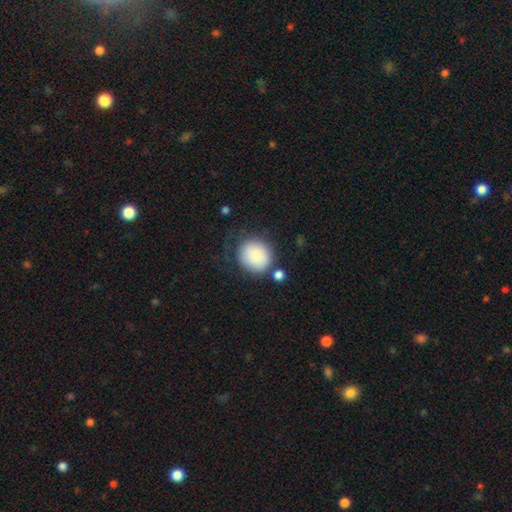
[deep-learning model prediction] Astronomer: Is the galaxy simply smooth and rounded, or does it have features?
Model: smooth — 84%.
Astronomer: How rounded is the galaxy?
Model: round — 83%.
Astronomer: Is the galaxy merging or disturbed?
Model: none — 59%.